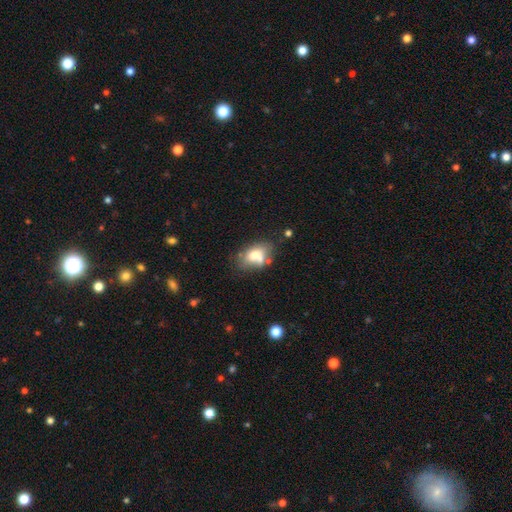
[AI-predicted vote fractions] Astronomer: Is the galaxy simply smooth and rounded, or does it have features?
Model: smooth — 68%.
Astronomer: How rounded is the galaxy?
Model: in between — 84%.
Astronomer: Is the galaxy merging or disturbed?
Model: none — 43% (runner-up: merger, 24%).